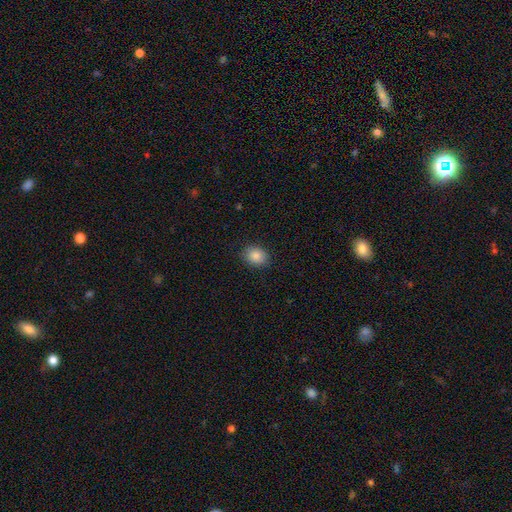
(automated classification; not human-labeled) This is clearly a smooth galaxy (87%). How rounded: possibly in between (55%). Merging: clearly none (88%).